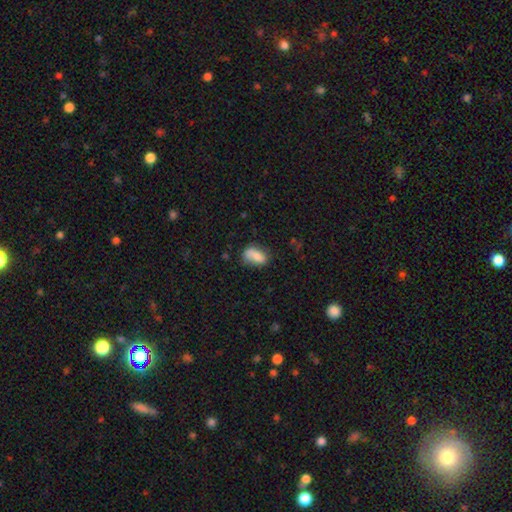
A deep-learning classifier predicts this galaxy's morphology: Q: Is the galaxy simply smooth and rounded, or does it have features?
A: smooth — 74%.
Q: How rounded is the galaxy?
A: in between — 84%.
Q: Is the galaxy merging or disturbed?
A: none — 43%.